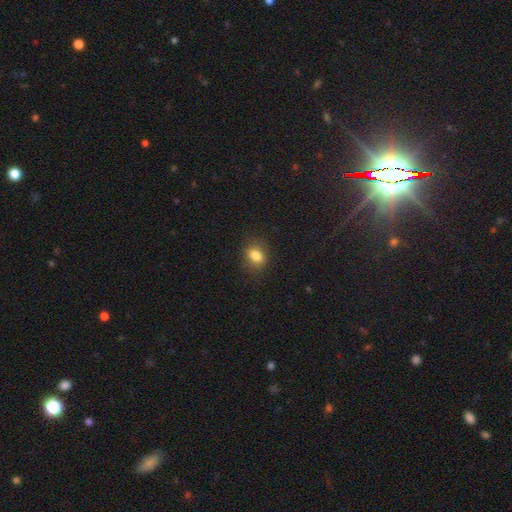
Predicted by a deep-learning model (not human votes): Morphology: type=smooth (82%); roundness=in between (68%); merging=none (82%).